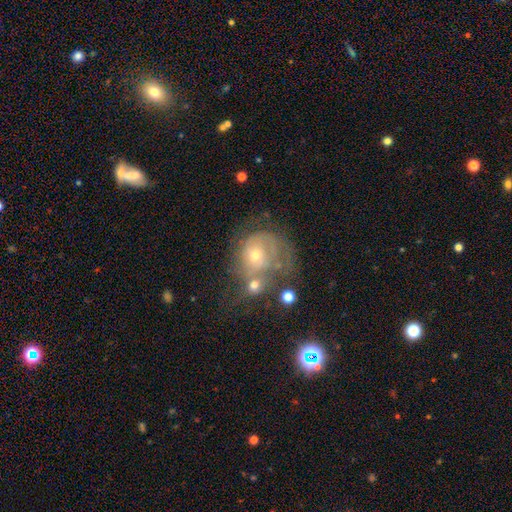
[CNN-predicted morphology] Smooth or featured?
  - featured or disk: 61% *
  - smooth: 27%
  - star or artifact: 12%
Edge-on disk?
  - no: 97% *
  - yes: 3%
Bar?
  - no: 79% *
  - weak: 17%
  - strong: 3%
Spiral arms?
  - yes: 69% *
  - no: 31%
Bulge size?
  - small: 53% *
  - moderate: 42%
  - large: 2%
  - none: 2%
  - dominant: 1%
Merging?
  - none: 31% *
  - merger: 26%
  - major disturbance: 25%
  - minor disturbance: 18%